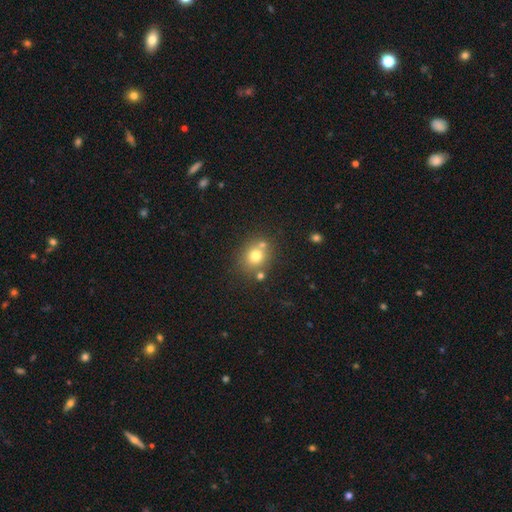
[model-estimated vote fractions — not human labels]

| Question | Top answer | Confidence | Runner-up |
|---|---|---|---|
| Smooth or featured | smooth | 73% | star or artifact (14%) |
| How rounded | round | 74% | in between (25%) |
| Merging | none | 64% | merger (20%) |